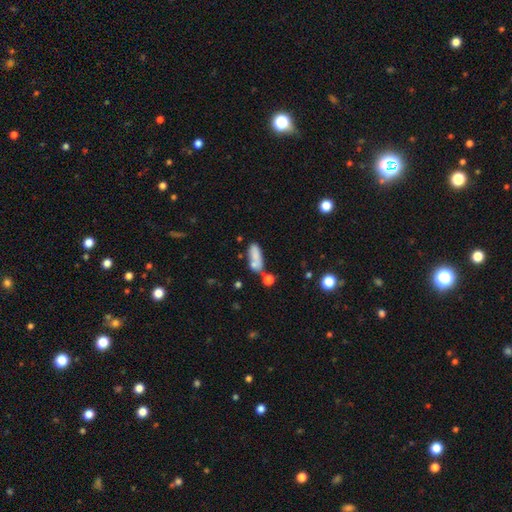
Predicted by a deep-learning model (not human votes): Smooth or featured: smooth — 74% (featured or disk — 16%)
How rounded: in between — 67% (cigar-shaped — 29%)
Merging: none — 43% (merger — 28%)